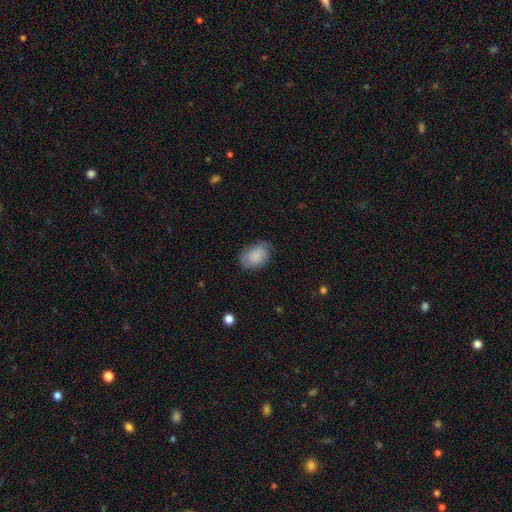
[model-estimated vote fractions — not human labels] Morphology: type=smooth (84%); roundness=in between (81%); merging=none (72%).